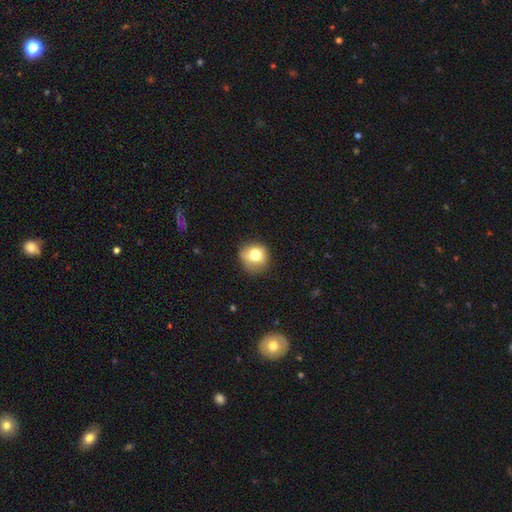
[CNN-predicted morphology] Smooth or featured? smooth (75%)
How rounded? round (82%)
Merging? none (68%)